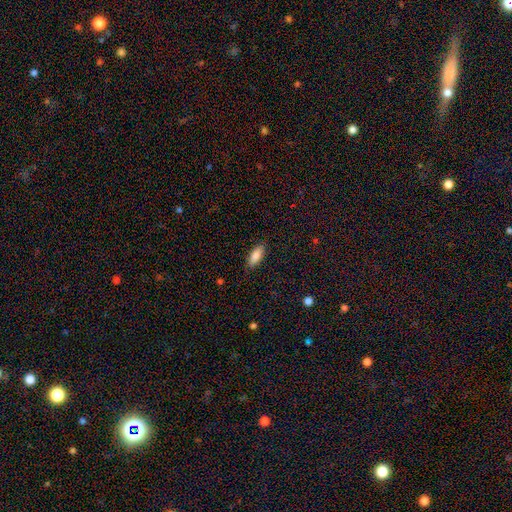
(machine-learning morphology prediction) Smooth or featured: smooth — 86% (featured or disk — 8%)
How rounded: in between — 77% (cigar-shaped — 21%)
Merging: none — 86% (minor disturbance — 11%)